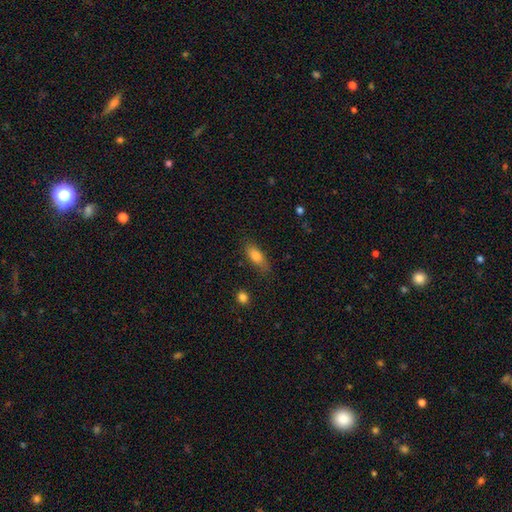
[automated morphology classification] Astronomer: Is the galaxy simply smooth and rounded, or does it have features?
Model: smooth — 78%.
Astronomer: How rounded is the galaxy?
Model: in between — 72%.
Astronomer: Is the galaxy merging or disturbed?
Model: none — 77%.